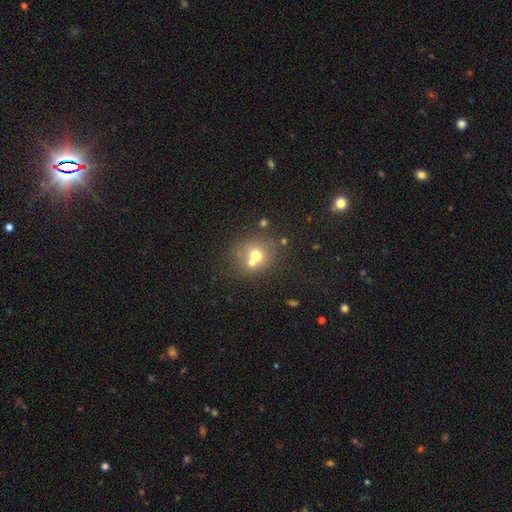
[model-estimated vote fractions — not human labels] Smooth or featured?
  - smooth: 64% *
  - featured or disk: 21%
  - star or artifact: 15%
How rounded?
  - round: 83% *
  - in between: 17%
  - cigar-shaped: 1%
Merging?
  - none: 51% *
  - merger: 36%
  - minor disturbance: 9%
  - major disturbance: 4%